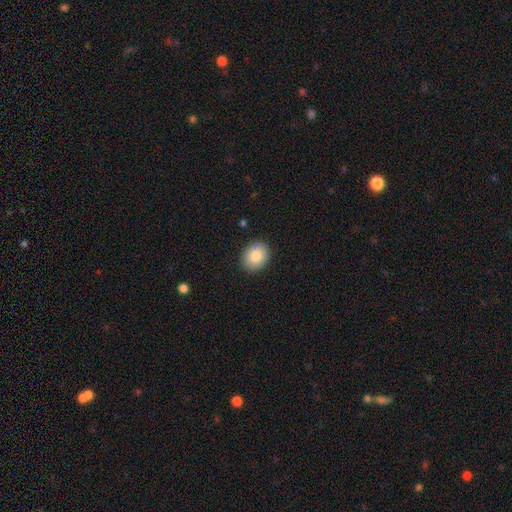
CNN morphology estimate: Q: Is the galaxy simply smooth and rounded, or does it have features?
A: smooth — 85%.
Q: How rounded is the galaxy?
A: round — 56%.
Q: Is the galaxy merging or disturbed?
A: none — 88%.